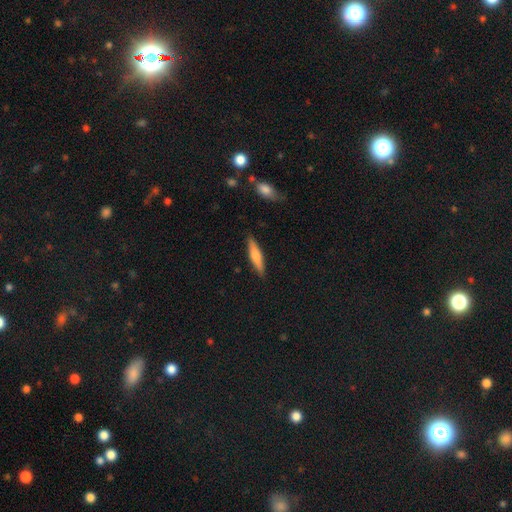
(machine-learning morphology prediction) Overall: smooth (61%; featured or disk 33%). How rounded: cigar-shaped (81%). Merging: none (88%).